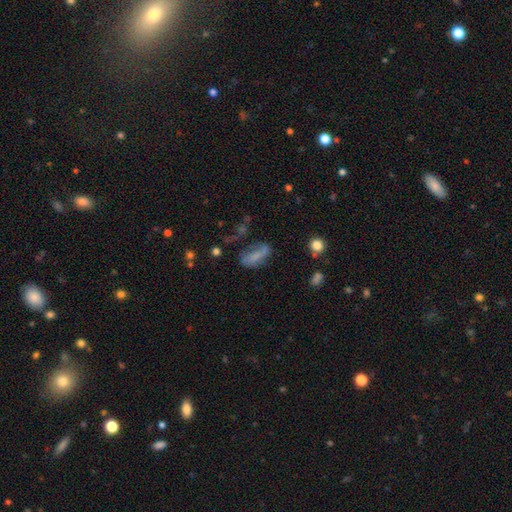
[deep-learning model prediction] smooth 53%, featured or disk 34%, star or artifact 13%. Down the decision tree: how rounded — in between (72%); merging — none (44%).